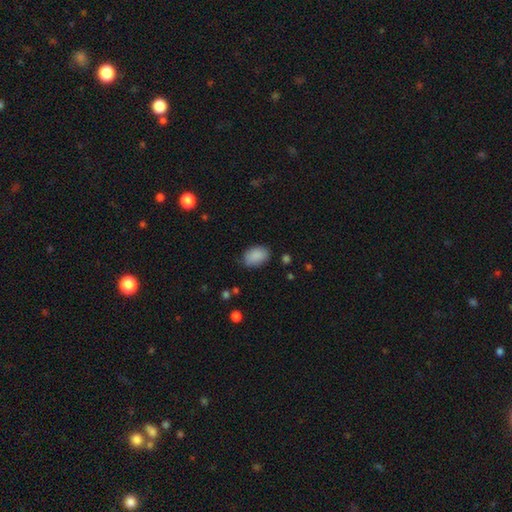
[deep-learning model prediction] A smooth galaxy with no disk features (89%) that is in between round and cigar-shaped (87%). Merging: none (77%).